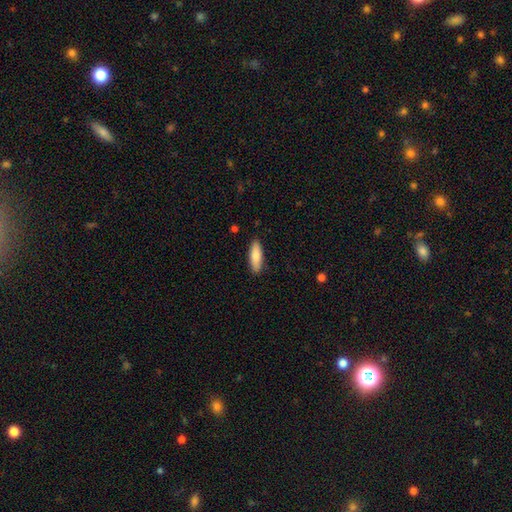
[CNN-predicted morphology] smooth 82%, featured or disk 12%, star or artifact 5%. Down the decision tree: how rounded — in between (57%); merging — none (88%).